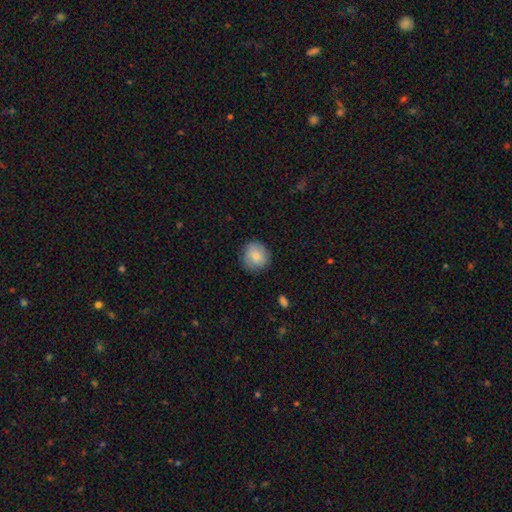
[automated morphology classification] smooth 82%, featured or disk 11%, star or artifact 7%. Down the decision tree: how rounded — round (89%); merging — none (82%).